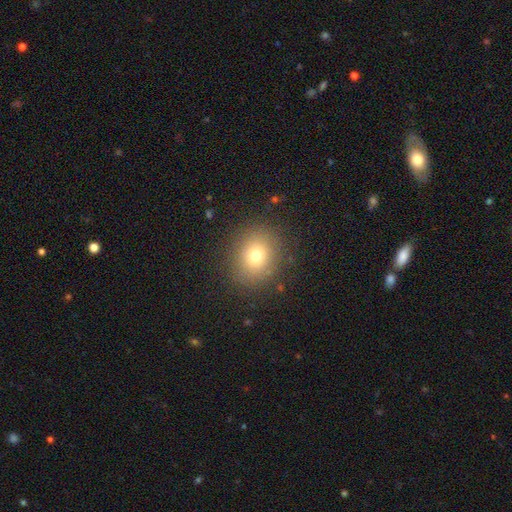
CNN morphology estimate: Smooth or featured: smooth — 74% (star or artifact — 15%)
How rounded: round — 74% (in between — 25%)
Merging: none — 86% (minor disturbance — 8%)